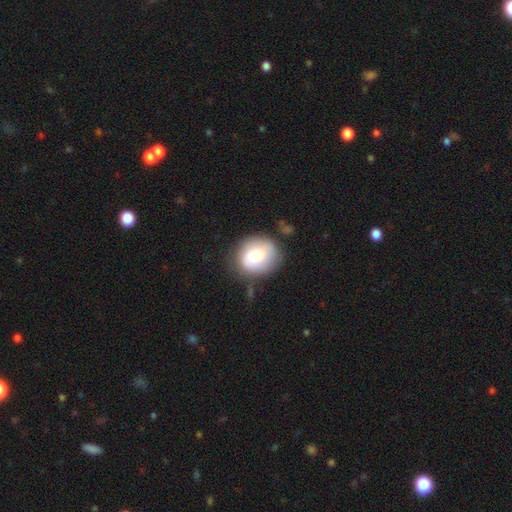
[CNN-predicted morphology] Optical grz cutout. It shows a smooth galaxy with no disk features (76%) that is round (65%). Merging: none (64%).